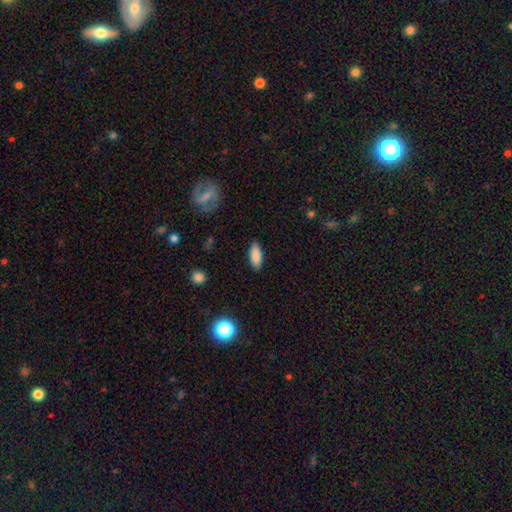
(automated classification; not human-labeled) Smooth or featured? Predicted: smooth (p=0.87). How rounded? Predicted: in between (p=0.77). Merging? Predicted: none (p=0.87).